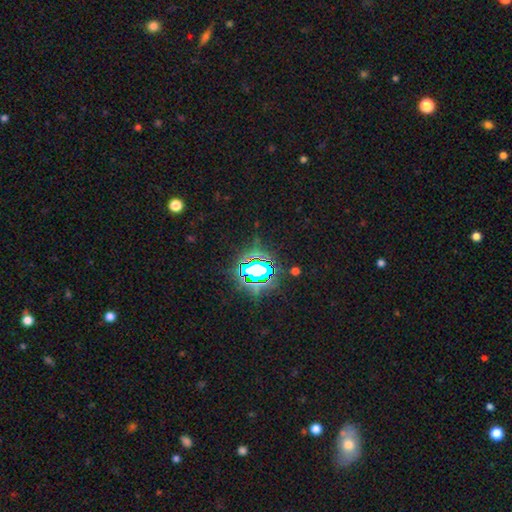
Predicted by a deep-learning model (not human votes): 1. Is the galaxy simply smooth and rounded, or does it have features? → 77% star or artifact, 13% smooth, 10% featured or disk.